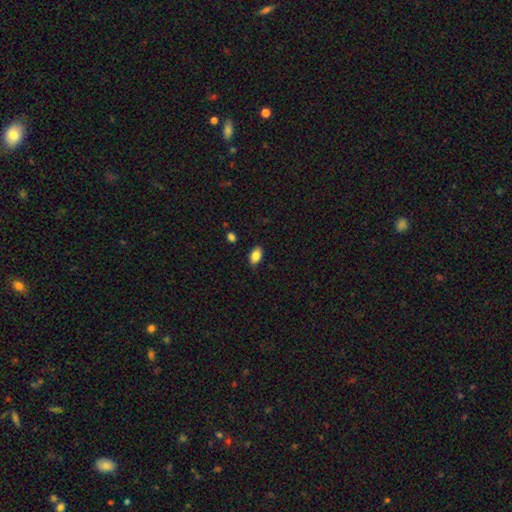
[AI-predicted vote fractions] This is clearly a smooth galaxy (86%). How rounded: clearly in between (90%). Merging: clearly none (83%).